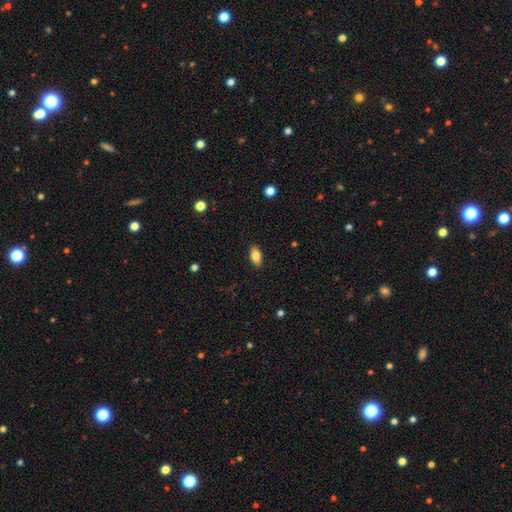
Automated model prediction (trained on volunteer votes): Overall: smooth (81%). How rounded: in between (89%). Merging: none (89%).